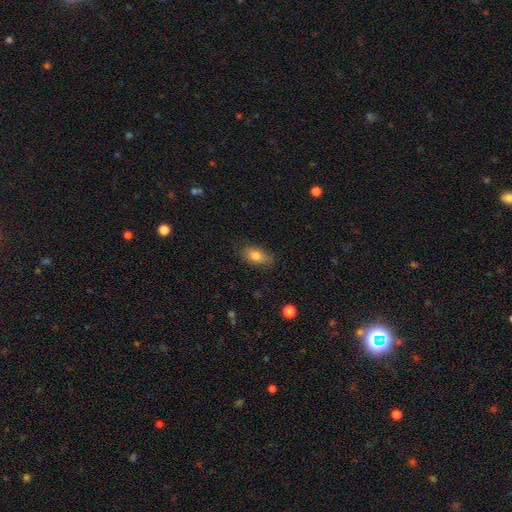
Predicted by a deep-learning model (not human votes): A smooth galaxy with no disk features (80%) that is in between round and cigar-shaped (86%). Merging: none (78%).